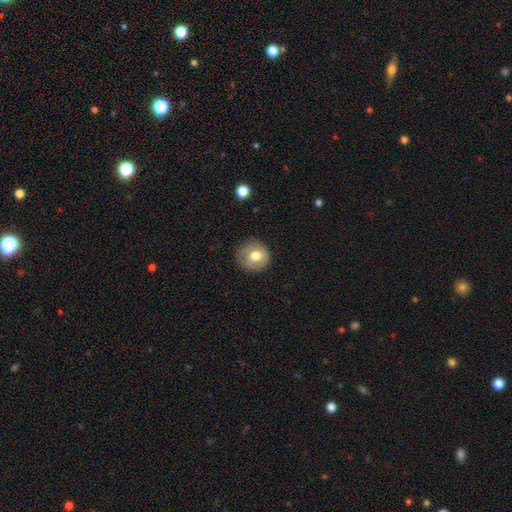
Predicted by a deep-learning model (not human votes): A smooth galaxy with no disk features (67%) that is round (87%). Merging: none (76%).